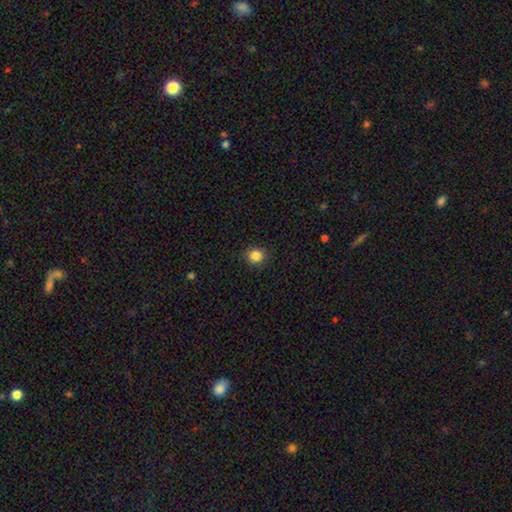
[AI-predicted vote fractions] Morphology: type=smooth (85%); roundness=round (87%); merging=none (90%).